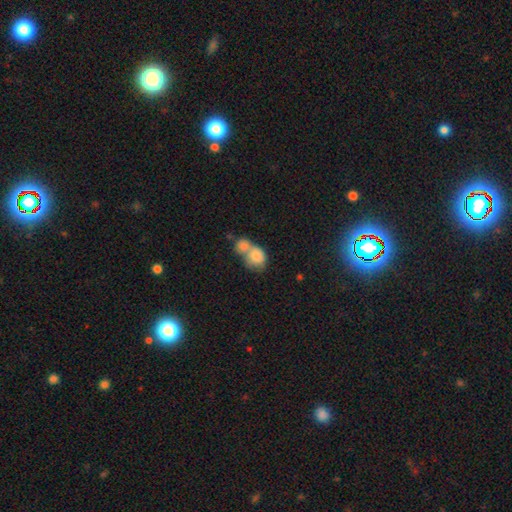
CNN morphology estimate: Smooth or featured? smooth (80%)
How rounded? round (57%)
Merging? merger (73%)